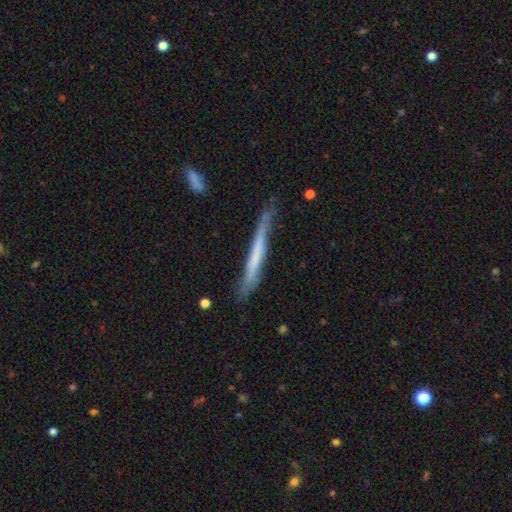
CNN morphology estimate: Overall: smooth (50%; featured or disk 44%). Merging: none (66%).